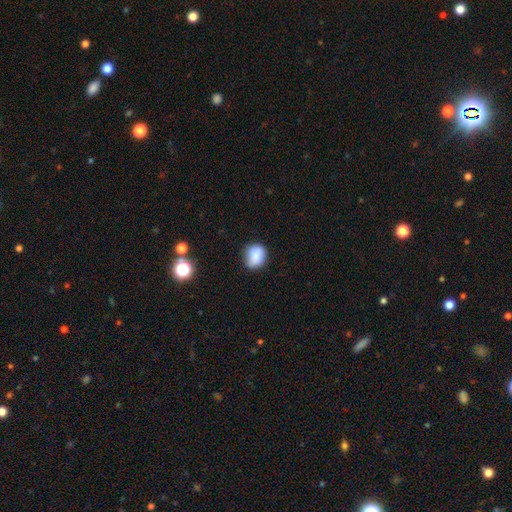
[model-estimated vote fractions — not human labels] Smooth or featured: smooth — 82% (star or artifact — 9%)
How rounded: round — 64% (in between — 35%)
Merging: none — 66% (minor disturbance — 26%)